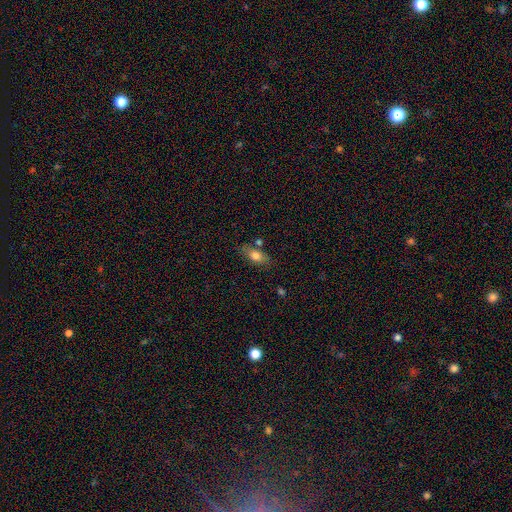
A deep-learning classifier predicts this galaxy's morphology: This appears to be a smooth galaxy with no disk features (77%) that is in between round and cigar-shaped (84%). Merging: none (69%).